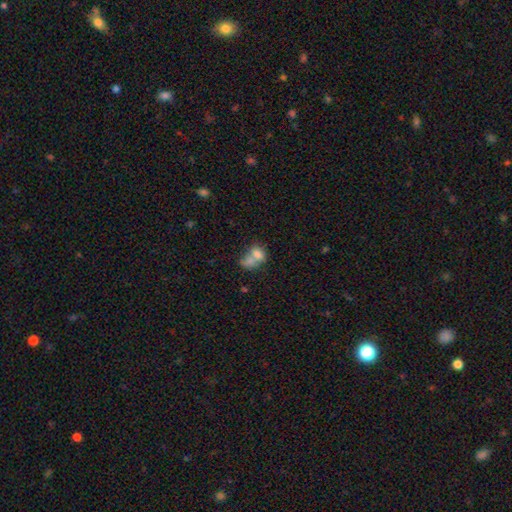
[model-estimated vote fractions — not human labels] A smooth galaxy with no disk features (71%) that is in between round and cigar-shaped (68%). Merging: merger (64%).